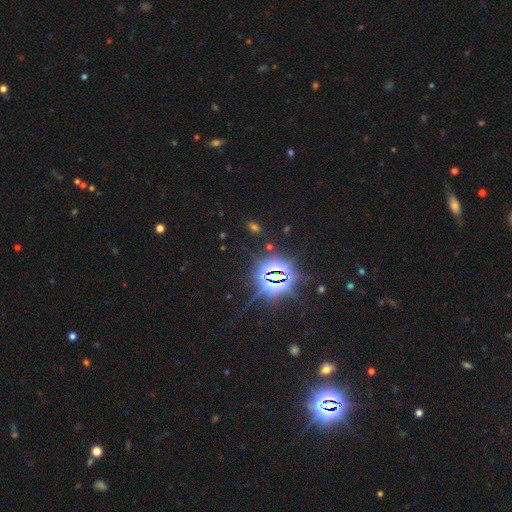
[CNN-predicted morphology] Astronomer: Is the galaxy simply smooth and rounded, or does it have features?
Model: star or artifact — 85%.